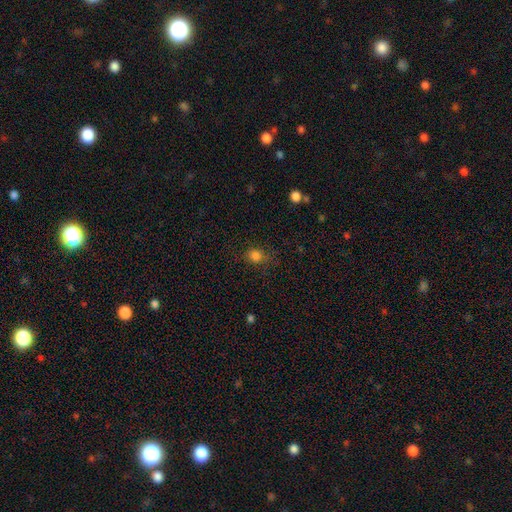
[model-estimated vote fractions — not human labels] Morphology: type=smooth (80%); roundness=round (76%); merging=none (75%).